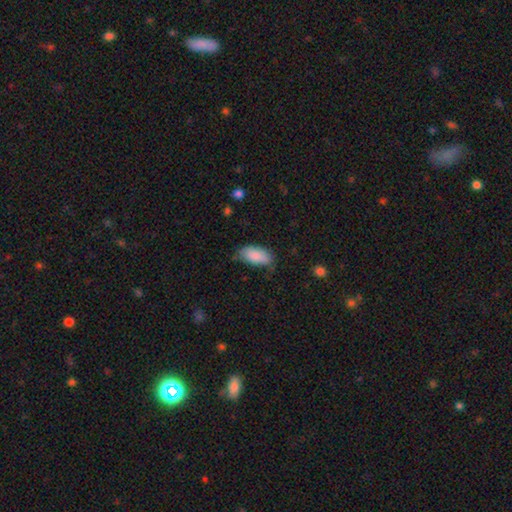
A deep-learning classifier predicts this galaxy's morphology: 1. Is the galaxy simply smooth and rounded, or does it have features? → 88% smooth, 6% star or artifact, 6% featured or disk.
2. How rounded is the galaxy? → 92% in between, 6% cigar-shaped, 2% round.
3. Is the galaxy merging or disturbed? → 69% none, 25% minor disturbance, 5% major disturbance, 2% merger.